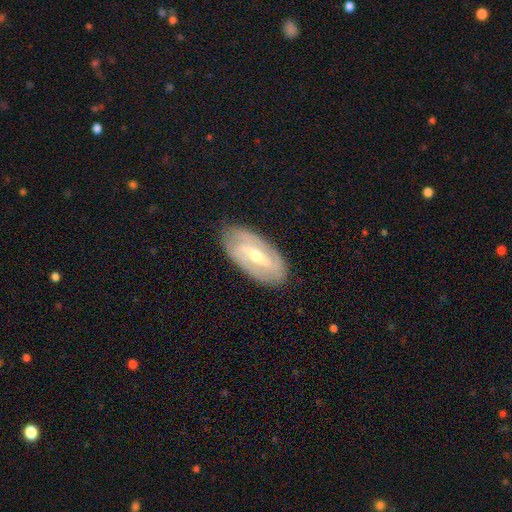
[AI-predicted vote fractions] This is likely a featured or disk galaxy (77%). It is clearly not viewed edge-on (88%). Bar: possibly strong (55%). Spiral arm pattern: likely yes (74%). Spiral arm count: likely 2 (68%). Spiral winding: marginally tight (42%). Central bulge: possibly moderate (50%). Merging: clearly none (83%).